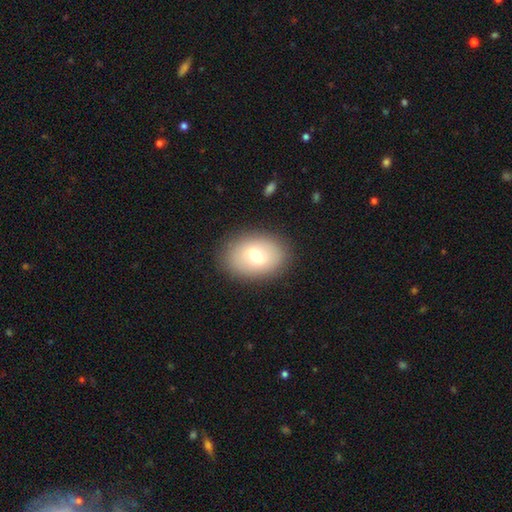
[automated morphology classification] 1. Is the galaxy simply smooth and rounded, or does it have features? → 69% smooth, 23% featured or disk, 8% star or artifact.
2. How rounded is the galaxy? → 75% in between, 24% round, 1% cigar-shaped.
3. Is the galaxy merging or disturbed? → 86% none, 9% minor disturbance, 3% major disturbance, 1% merger.